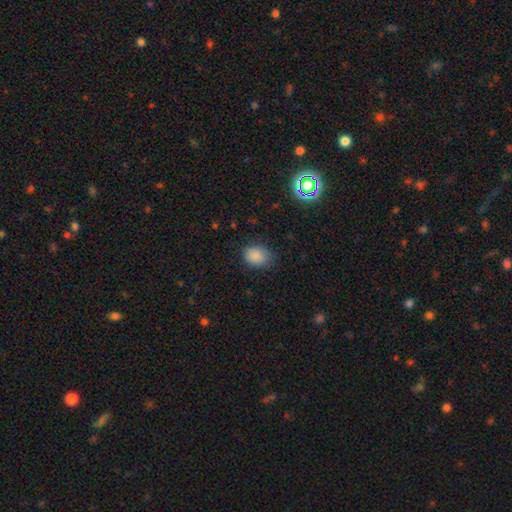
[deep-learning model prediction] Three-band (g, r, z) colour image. It shows a smooth galaxy with no disk features (86%) that is in between round and cigar-shaped (51%). Merging: none (77%).